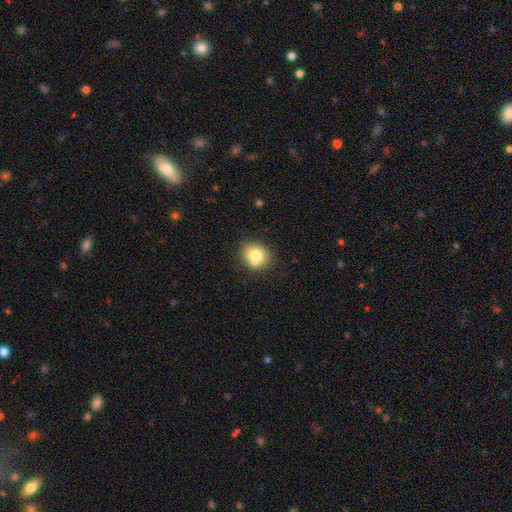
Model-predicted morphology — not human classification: A smooth galaxy with no disk features (76%) that is round (74%).

Vote fractions:
- Smooth or featured? smooth: 76% / featured or disk: 14% / star or artifact: 10%
- How rounded? round: 74% / in between: 25% / cigar-shaped: 1%
- Merging? none: 71% / minor disturbance: 16% / merger: 10% / major disturbance: 4%